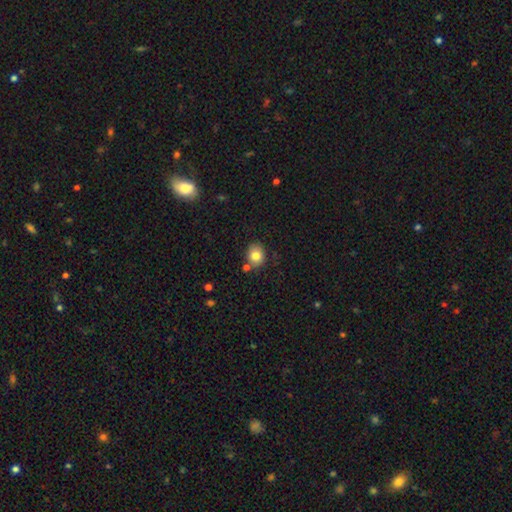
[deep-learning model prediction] Overall: smooth (81%). How rounded: round (58%; in between 41%). Merging: none (74%).